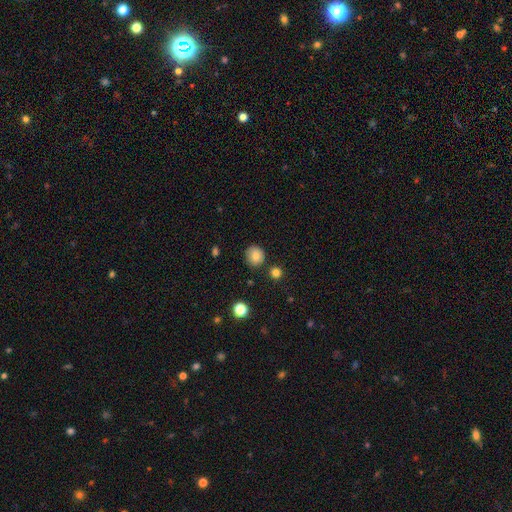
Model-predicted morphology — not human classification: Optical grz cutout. It shows a smooth galaxy with no disk features (82%) that is round (90%). Merging: none (85%).